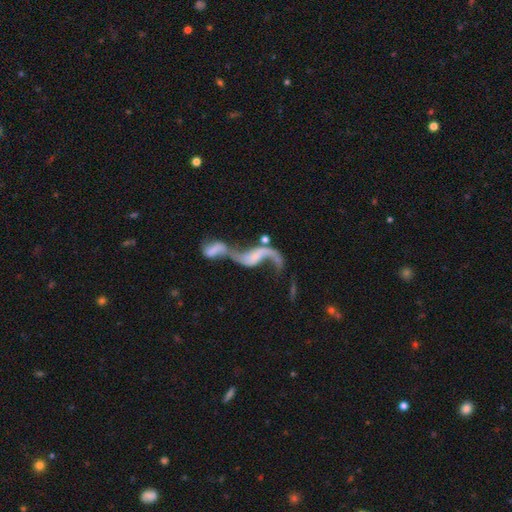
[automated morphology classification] Smooth or featured: featured or disk — 77% (smooth — 15%)
Edge-on disk: no — 93% (yes — 7%)
Bar: no — 53% (weak — 31%)
Spiral arms: yes — 80% (no — 20%)
Spiral winding: loose — 93% (medium — 5%)
Spiral arm count: 2 — 75% (1 — 20%)
Bulge size: none — 46% (small — 29%)
Merging: merger — 74% (major disturbance — 11%)